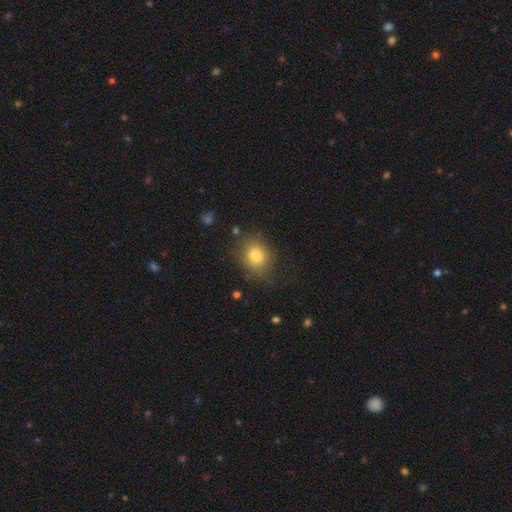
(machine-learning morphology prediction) smooth 77%, star or artifact 12%, featured or disk 11%. Down the decision tree: how rounded — round (67%); merging — none (72%).